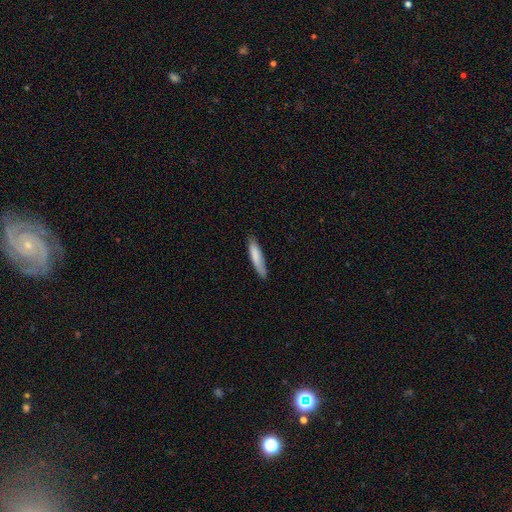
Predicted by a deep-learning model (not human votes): smooth 80%, featured or disk 14%, star or artifact 6%. Down the decision tree: how rounded — cigar-shaped (84%); merging — none (79%).